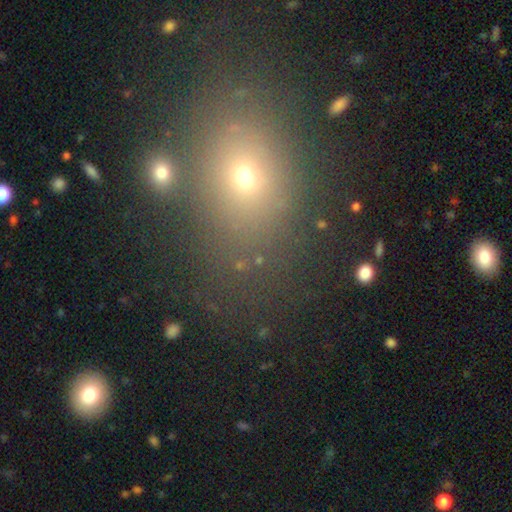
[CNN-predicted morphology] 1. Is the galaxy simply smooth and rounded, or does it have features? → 57% smooth, 30% star or artifact, 13% featured or disk.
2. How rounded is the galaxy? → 51% in between, 47% round, 2% cigar-shaped.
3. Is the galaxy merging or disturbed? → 77% none, 11% minor disturbance, 7% major disturbance, 5% merger.